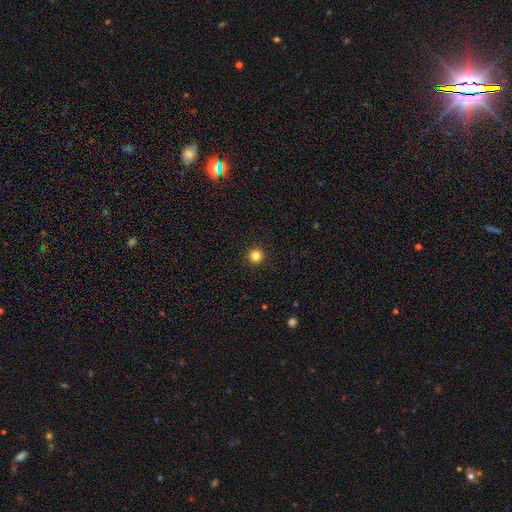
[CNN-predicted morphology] smooth 84%, star or artifact 12%, featured or disk 4%. Down the decision tree: how rounded — round (96%); merging — none (93%).